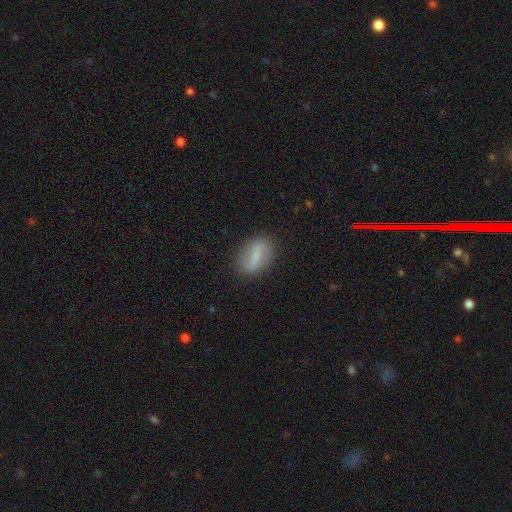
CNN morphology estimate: smooth-or-featured: smooth: 57% | featured or disk: 35% | star or artifact: 8%
  how-rounded: in between: 72% | round: 14% | cigar-shaped: 14%
  merging: none: 81% | minor disturbance: 13% | major disturbance: 4% | merger: 2%